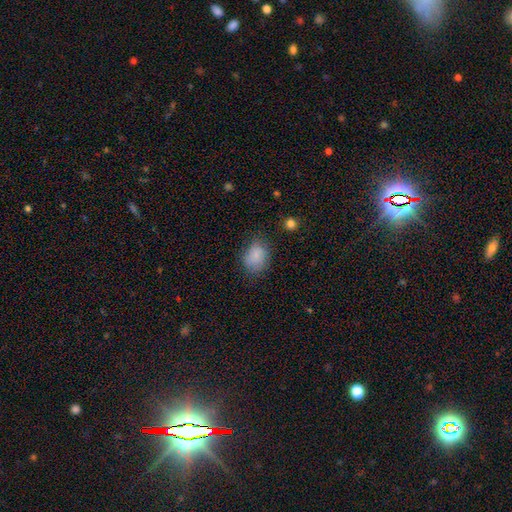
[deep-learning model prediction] Overall: smooth (83%). How rounded: in between (65%; round 34%). Merging: none (68%).